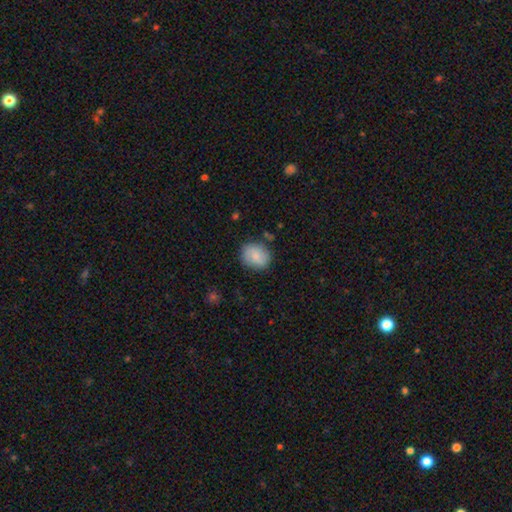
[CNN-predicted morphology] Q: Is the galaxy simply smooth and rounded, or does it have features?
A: smooth — 79%.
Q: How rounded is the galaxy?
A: round — 64%.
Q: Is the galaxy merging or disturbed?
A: none — 79%.